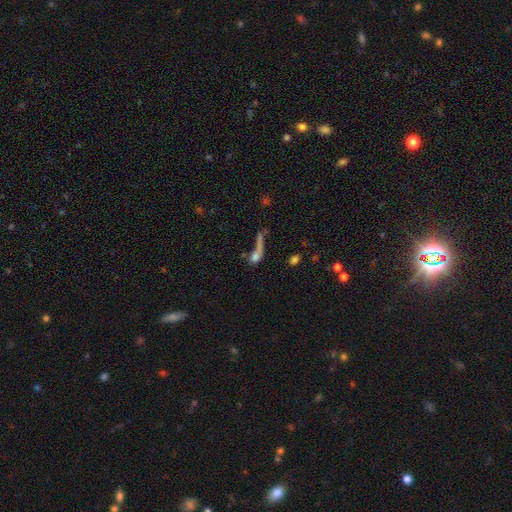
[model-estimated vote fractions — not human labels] Smooth or featured?
  - smooth: 54% *
  - featured or disk: 29%
  - star or artifact: 17%
How rounded?
  - in between: 39% *
  - cigar-shaped: 37%
  - round: 25%
Merging?
  - major disturbance: 30% *
  - none: 28%
  - merger: 28%
  - minor disturbance: 13%